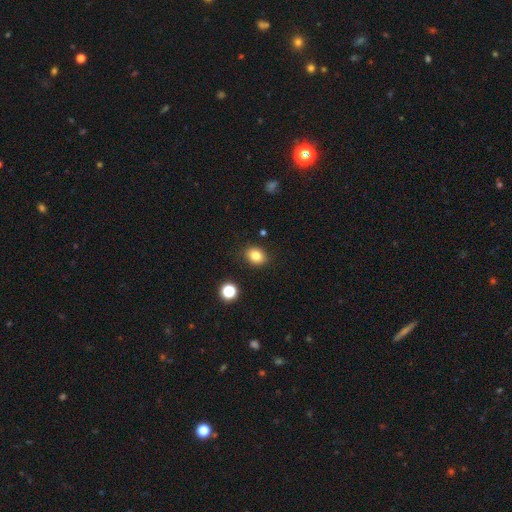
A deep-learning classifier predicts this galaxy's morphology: Overall: smooth (82%). How rounded: in between (52%; round 47%). Merging: none (86%).